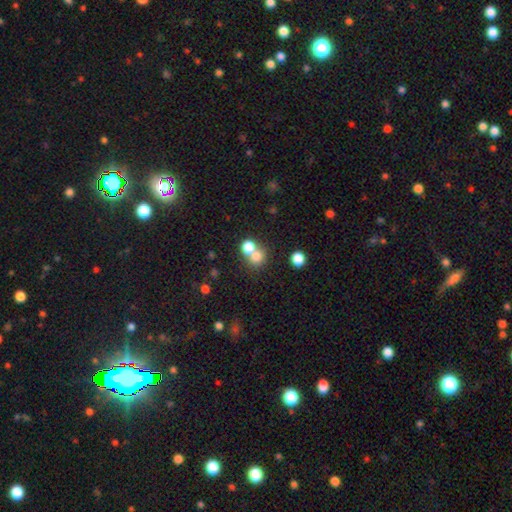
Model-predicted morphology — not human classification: smooth-or-featured: smooth: 75% | star or artifact: 15% | featured or disk: 11%
  how-rounded: round: 82% | in between: 17% | cigar-shaped: 1%
  merging: merger: 48% | none: 43% | minor disturbance: 6% | major disturbance: 3%